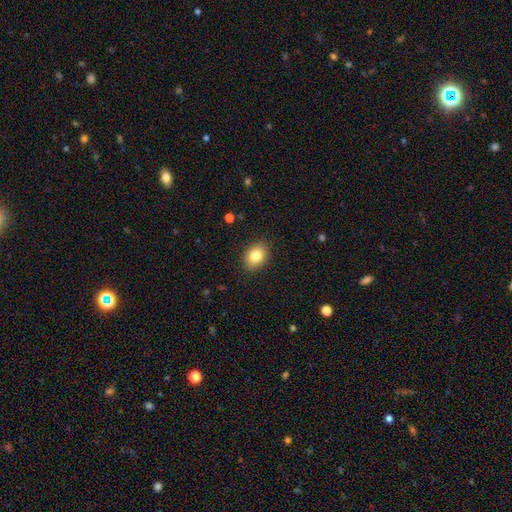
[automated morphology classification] This is clearly a smooth galaxy (82%). How rounded: likely in between (69%). Merging: clearly none (88%).